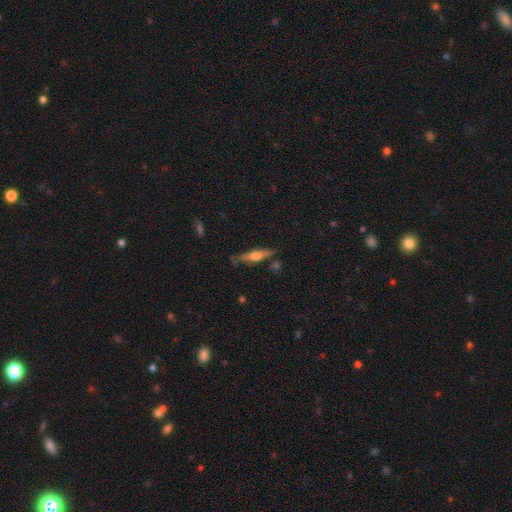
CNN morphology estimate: This is likely a featured or disk galaxy (64%). It is clearly viewed edge-on (96%). Edge-on bulge: clearly rounded (88%). Merging: likely none (77%).